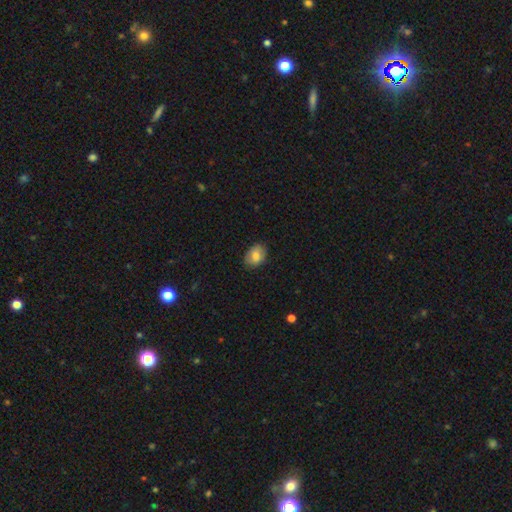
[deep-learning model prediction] A smooth galaxy with no disk features (78%) that is in between round and cigar-shaped (69%).

Vote fractions:
- Smooth or featured? smooth: 78% / featured or disk: 15% / star or artifact: 8%
- How rounded? in between: 69% / round: 30% / cigar-shaped: 1%
- Merging? none: 82% / minor disturbance: 14% / major disturbance: 3% / merger: 1%